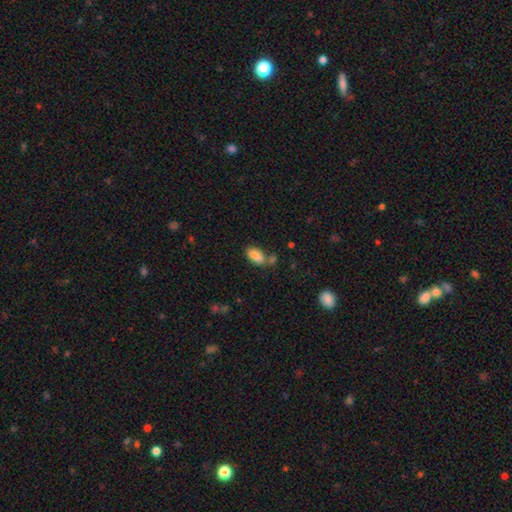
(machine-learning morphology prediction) smooth-or-featured: smooth: 84% | star or artifact: 8% | featured or disk: 8%
  how-rounded: in between: 92% | cigar-shaped: 4% | round: 4%
  merging: none: 56% | merger: 23% | minor disturbance: 16% | major disturbance: 5%